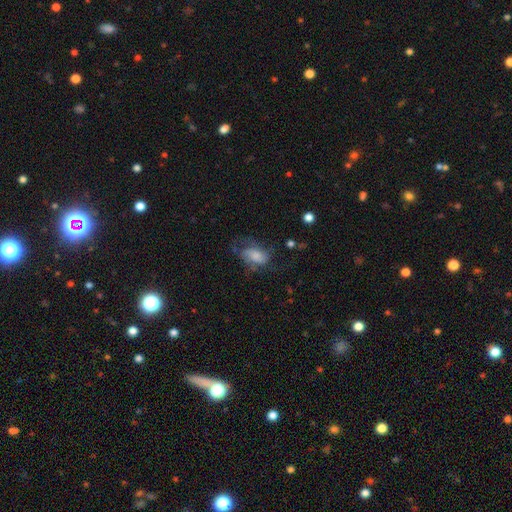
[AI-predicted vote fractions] A smooth galaxy with no disk features (55%) that is in between round and cigar-shaped (88%).

Vote fractions:
- Smooth or featured? smooth: 55% / featured or disk: 36% / star or artifact: 9%
- How rounded? in between: 88% / round: 10% / cigar-shaped: 3%
- Merging? none: 39% / major disturbance: 32% / minor disturbance: 27% / merger: 3%